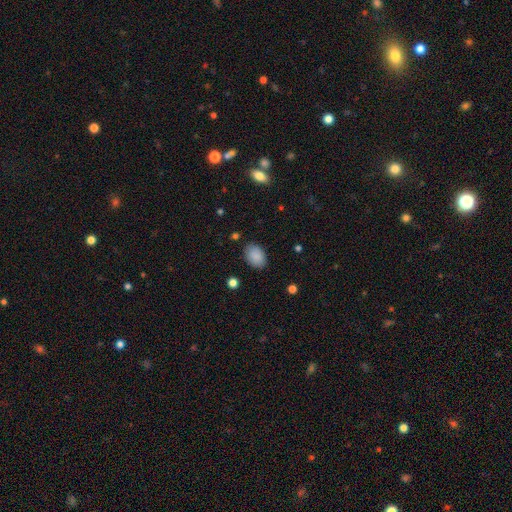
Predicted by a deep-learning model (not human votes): Morphology: type=smooth (89%); roundness=in between (86%); merging=none (85%).